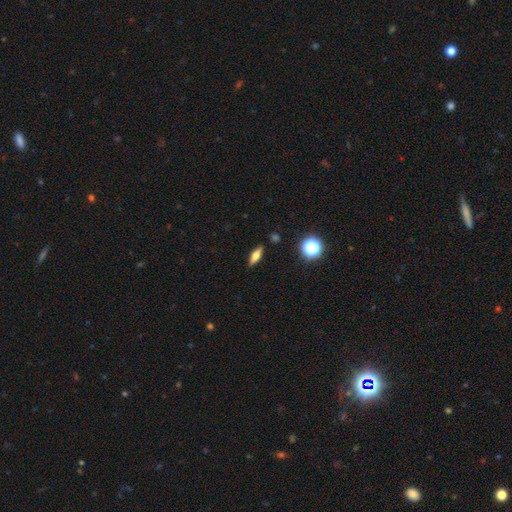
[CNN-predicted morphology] Smooth or featured? Predicted: smooth (p=0.57). How rounded? Predicted: in between (p=0.53). Merging? Predicted: none (p=0.88).